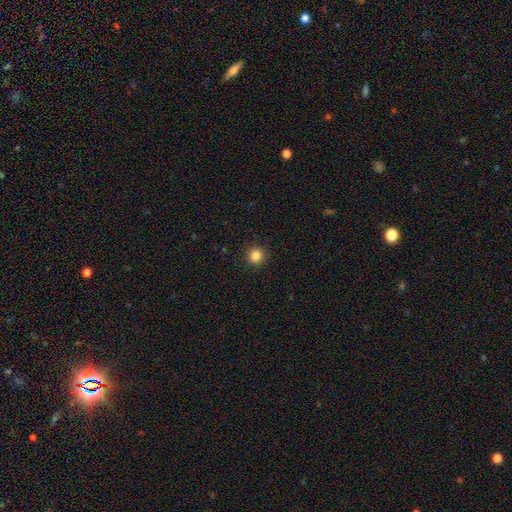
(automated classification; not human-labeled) The model was most divided on "smooth or featured": smooth: 84%, star or artifact: 12%, featured or disk: 4%. More confident: how rounded — round (95%); merging — none (93%).